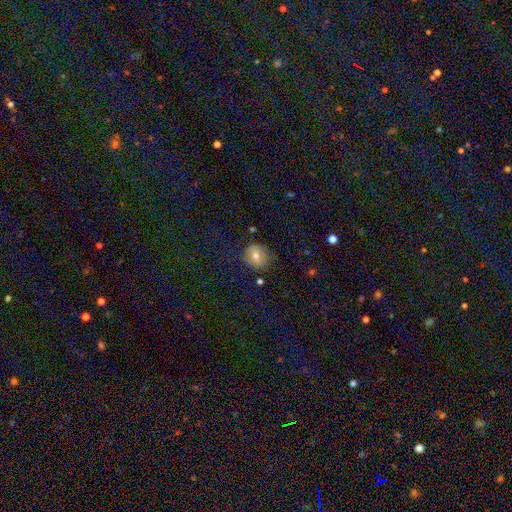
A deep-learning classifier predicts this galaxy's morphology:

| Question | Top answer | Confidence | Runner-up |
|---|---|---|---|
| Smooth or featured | smooth | 69% | featured or disk (20%) |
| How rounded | round | 78% | in between (21%) |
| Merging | none | 81% | minor disturbance (14%) |